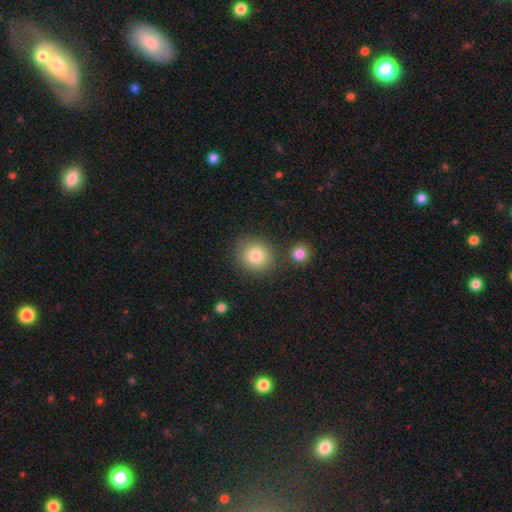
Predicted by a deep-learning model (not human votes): Morphology: type=smooth (82%); roundness=round (85%); merging=none (80%).